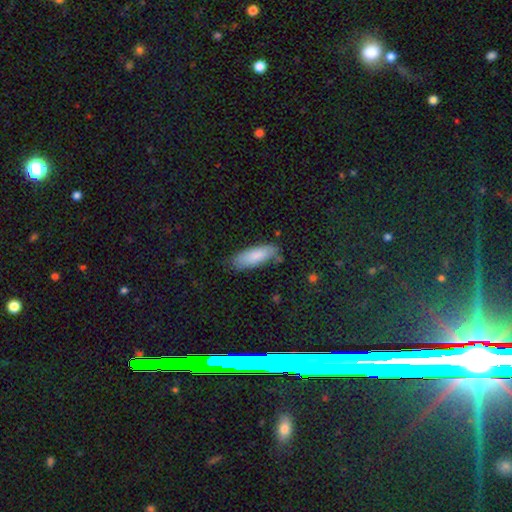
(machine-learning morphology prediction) Overall: smooth (85%). How rounded: in between (60%; cigar-shaped 38%). Merging: none (75%).